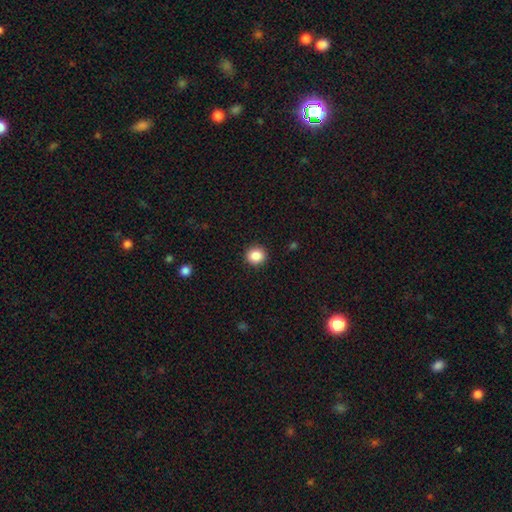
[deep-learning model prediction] A smooth galaxy with no disk features (87%) that is round (88%).

Vote fractions:
- Smooth or featured? smooth: 87% / star or artifact: 10% / featured or disk: 3%
- How rounded? round: 88% / in between: 11% / cigar-shaped: 1%
- Merging? none: 92% / minor disturbance: 5% / major disturbance: 2% / merger: 1%